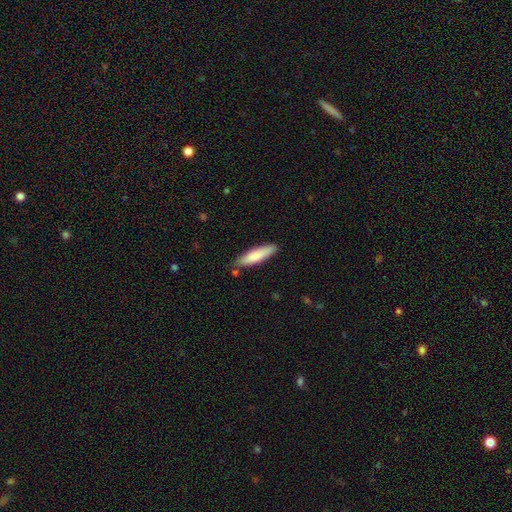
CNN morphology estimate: smooth_or_featured: smooth (p=0.81) [alt: featured or disk p=0.14]
how_rounded: cigar-shaped (p=0.72) [alt: in between p=0.27]
merging: none (p=0.83) [alt: minor disturbance p=0.12]